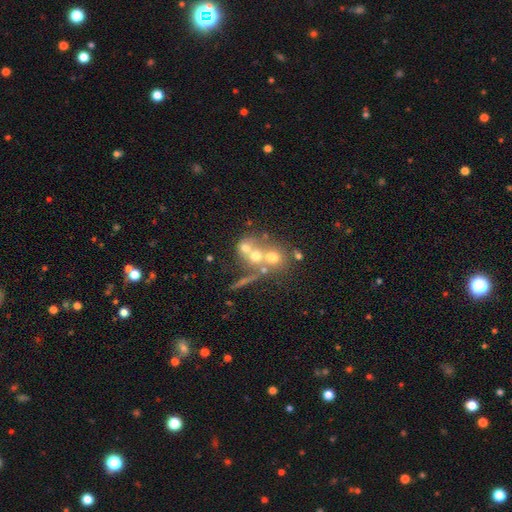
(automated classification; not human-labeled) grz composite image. It shows a smooth galaxy with no disk features (53%) that is round (74%). Merging: merger (55%).